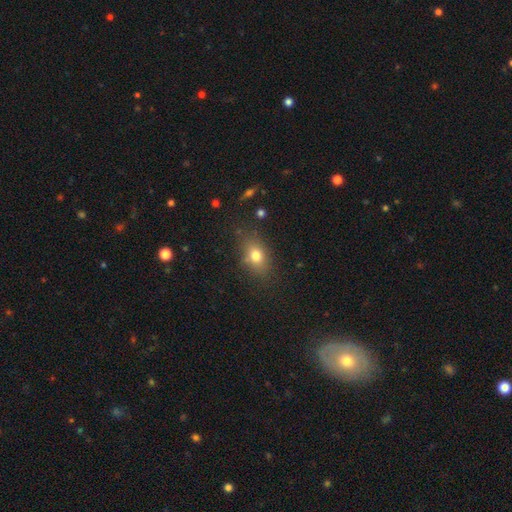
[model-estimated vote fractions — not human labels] Smooth or featured? Predicted: smooth (p=0.76). How rounded? Predicted: in between (p=0.73). Merging? Predicted: none (p=0.76).